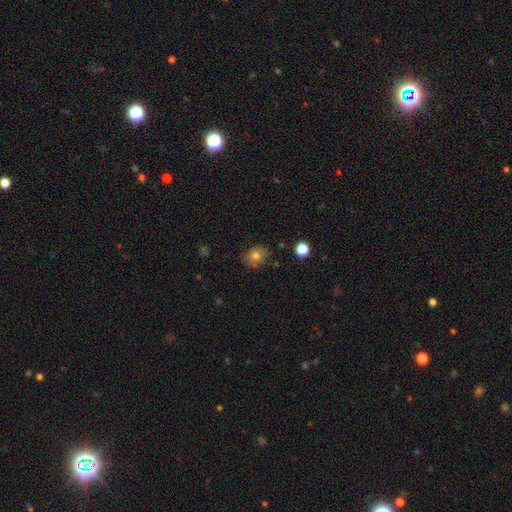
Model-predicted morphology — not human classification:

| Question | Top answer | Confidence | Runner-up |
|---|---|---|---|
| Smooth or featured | smooth | 76% | featured or disk (13%) |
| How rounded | round | 64% | in between (35%) |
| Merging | none | 77% | minor disturbance (17%) |